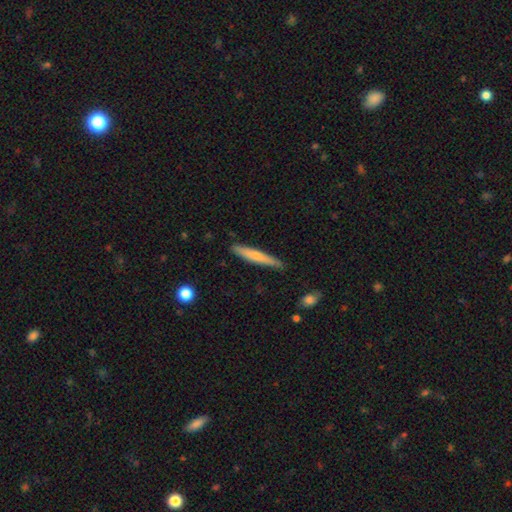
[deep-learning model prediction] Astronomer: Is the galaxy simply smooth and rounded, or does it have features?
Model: smooth — 57% (runner-up: featured or disk, 37%).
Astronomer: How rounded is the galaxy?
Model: cigar-shaped — 93%.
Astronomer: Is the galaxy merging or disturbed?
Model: none — 86%.